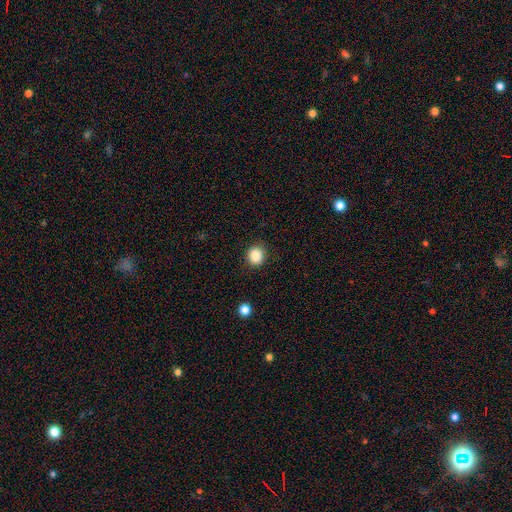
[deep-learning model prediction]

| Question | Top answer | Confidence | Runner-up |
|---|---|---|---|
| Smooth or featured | smooth | 87% | star or artifact (10%) |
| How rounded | round | 78% | in between (21%) |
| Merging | none | 88% | minor disturbance (8%) |